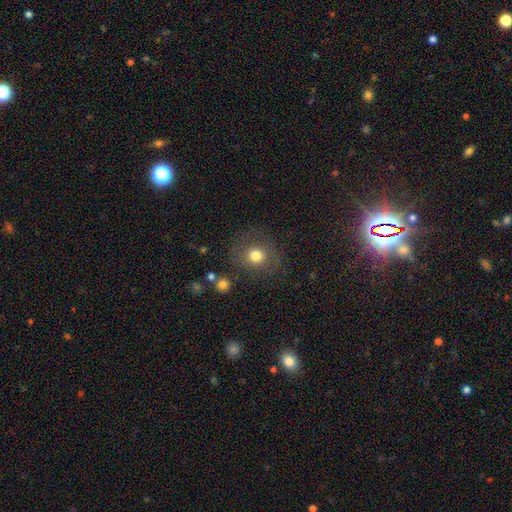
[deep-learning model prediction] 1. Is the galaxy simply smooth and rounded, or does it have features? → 76% smooth, 12% star or artifact, 12% featured or disk.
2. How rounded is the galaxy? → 84% round, 15% in between, 1% cigar-shaped.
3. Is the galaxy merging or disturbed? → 80% none, 11% minor disturbance, 6% major disturbance, 2% merger.